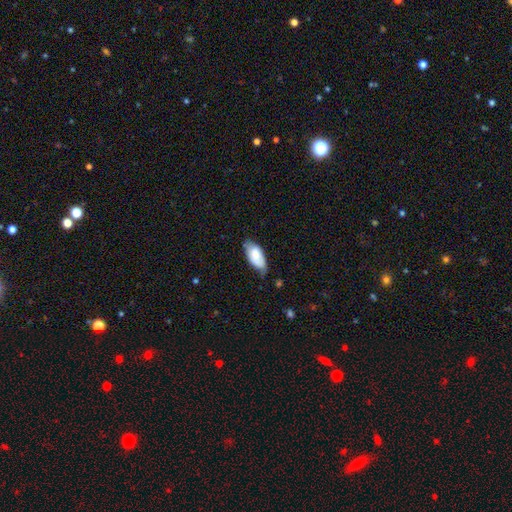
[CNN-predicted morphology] This appears to be a smooth galaxy with no disk features (76%) that is in between round and cigar-shaped (92%). Merging: none (61%).